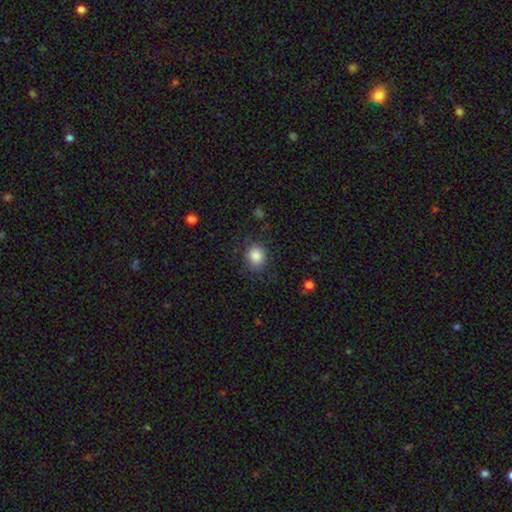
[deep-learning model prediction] Smooth or featured: smooth — 86% (star or artifact — 9%)
How rounded: round — 74% (in between — 25%)
Merging: none — 81% (minor disturbance — 13%)